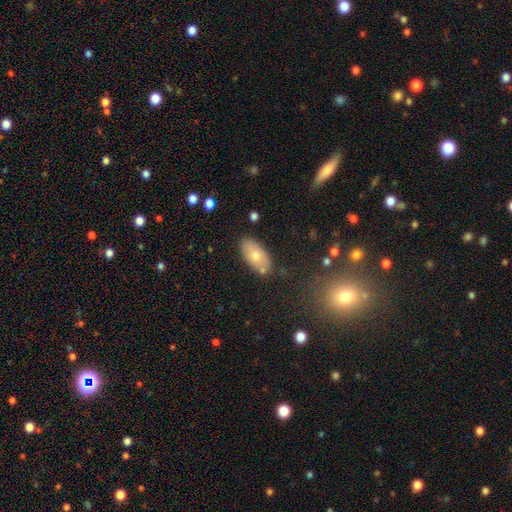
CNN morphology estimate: The model was most divided on "smooth or featured": smooth: 71%, featured or disk: 22%, star or artifact: 7%. More confident: how rounded — in between (93%); merging — none (77%).